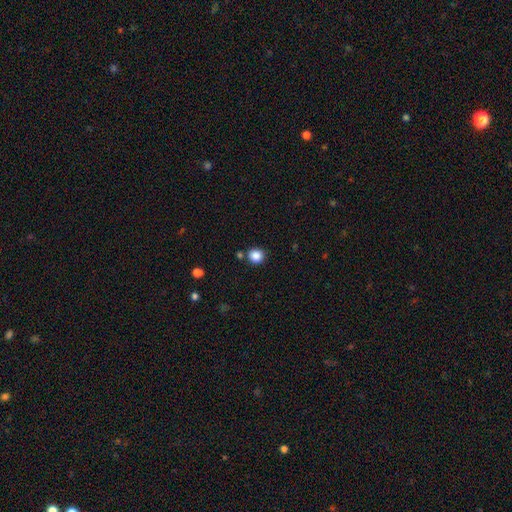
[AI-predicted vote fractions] Smooth or featured: smooth — 86% (star or artifact — 10%)
How rounded: round — 89% (in between — 10%)
Merging: none — 83% (minor disturbance — 8%)